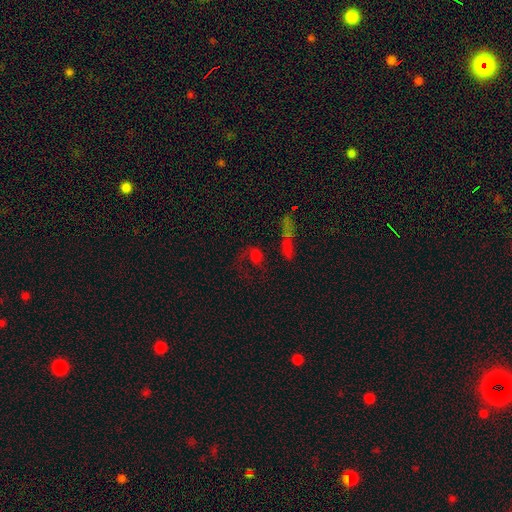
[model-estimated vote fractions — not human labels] smooth 39%, featured or disk 31%, star or artifact 29%. Down the decision tree: merging — none (42%).